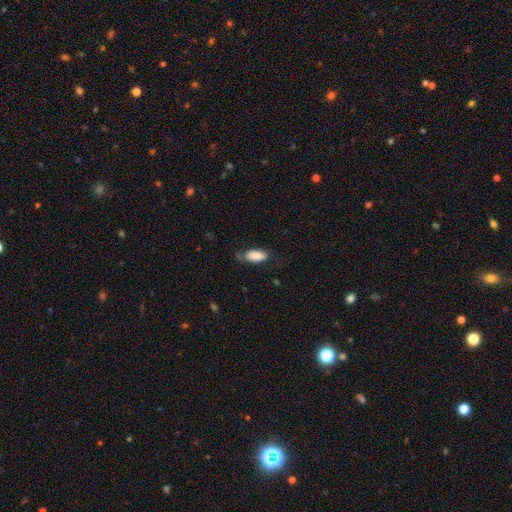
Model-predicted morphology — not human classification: Smooth or featured? Predicted: smooth (p=0.85). How rounded? Predicted: in between (p=0.86). Merging? Predicted: none (p=0.67).